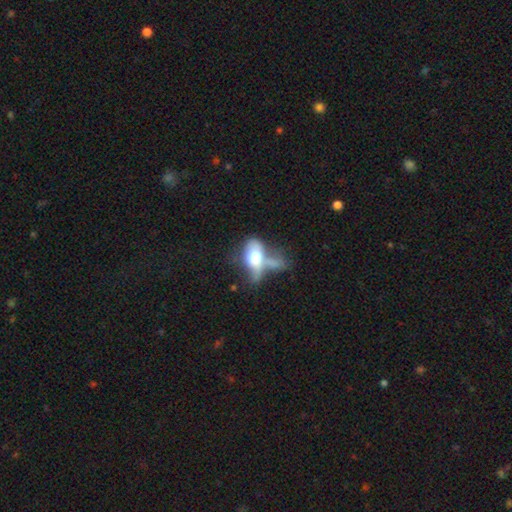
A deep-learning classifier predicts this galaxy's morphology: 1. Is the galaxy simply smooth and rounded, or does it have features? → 59% smooth, 33% featured or disk, 8% star or artifact.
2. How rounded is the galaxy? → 82% in between, 12% round, 6% cigar-shaped.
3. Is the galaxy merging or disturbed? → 46% merger, 30% major disturbance, 13% none, 12% minor disturbance.